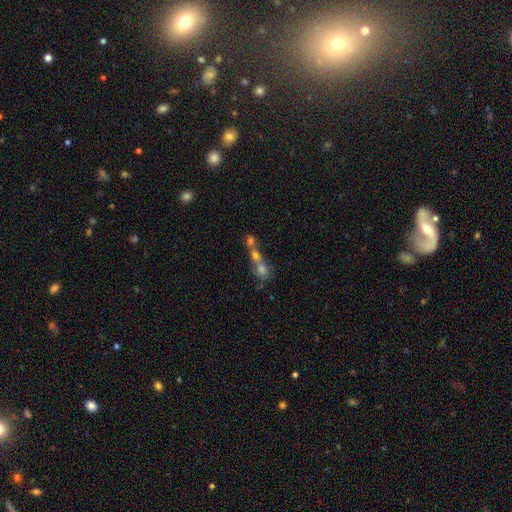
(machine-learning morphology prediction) smooth-or-featured: smooth: 46% | star or artifact: 31% | featured or disk: 23%
  merging: merger: 48% | none: 37% | minor disturbance: 9% | major disturbance: 7%